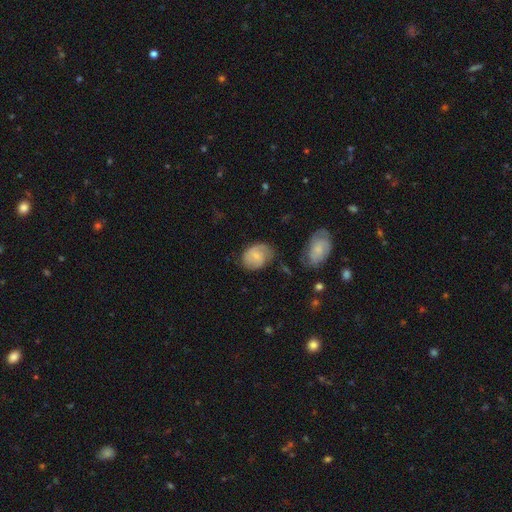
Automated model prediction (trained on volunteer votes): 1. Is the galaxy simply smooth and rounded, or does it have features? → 48% featured or disk, 44% smooth, 7% star or artifact.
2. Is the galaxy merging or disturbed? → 61% none, 25% minor disturbance, 10% major disturbance, 5% merger.